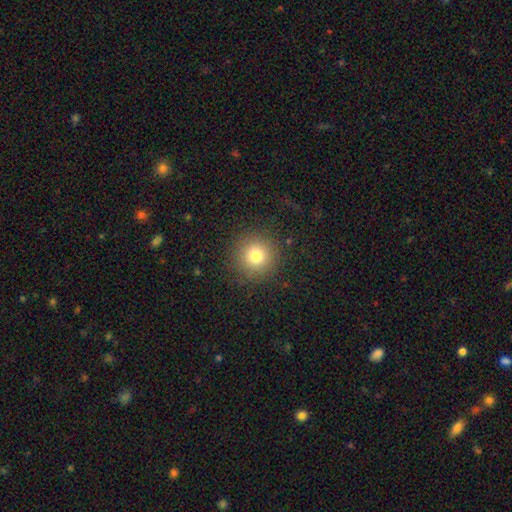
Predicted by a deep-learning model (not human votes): Morphology: type=smooth (78%); roundness=round (95%); merging=none (89%).